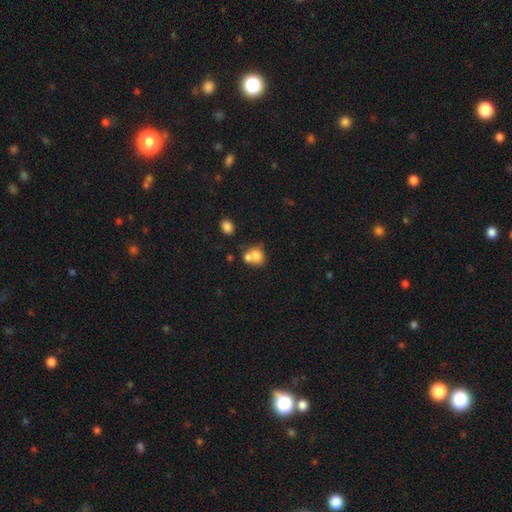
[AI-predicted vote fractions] smooth 73%, featured or disk 16%, star or artifact 10%. Down the decision tree: how rounded — round (64%); merging — merger (54%).